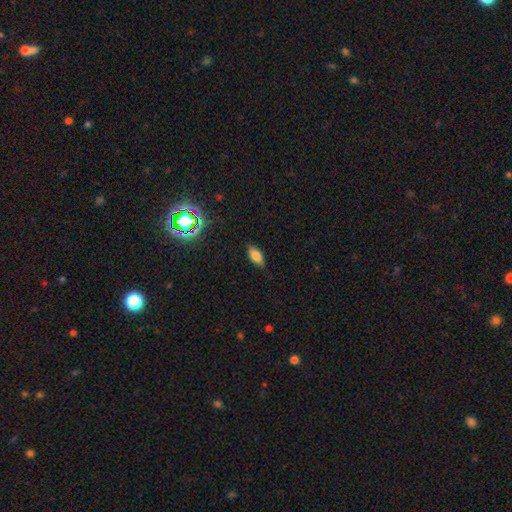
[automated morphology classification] Smooth or featured?
  - smooth: 79% *
  - star or artifact: 11%
  - featured or disk: 10%
How rounded?
  - in between: 87% *
  - cigar-shaped: 10%
  - round: 3%
Merging?
  - none: 84% *
  - minor disturbance: 12%
  - major disturbance: 3%
  - merger: 1%